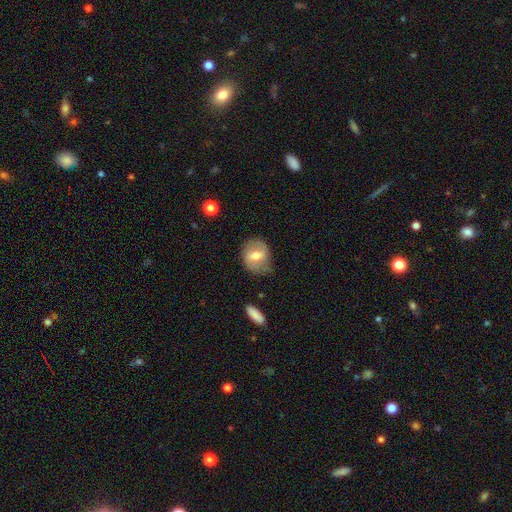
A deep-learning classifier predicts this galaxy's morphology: Smooth or featured? smooth (55%)
How rounded? round (56%)
Merging? none (68%)